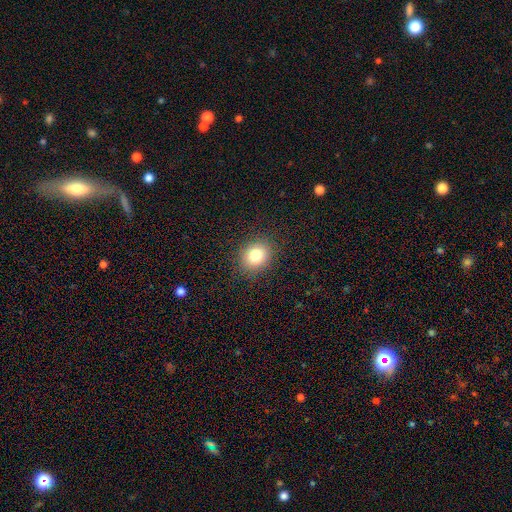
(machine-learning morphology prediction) smooth_or_featured: smooth (p=0.81) [alt: star or artifact p=0.11]
how_rounded: round (p=0.63) [alt: in between p=0.36]
merging: none (p=0.88) [alt: minor disturbance p=0.08]